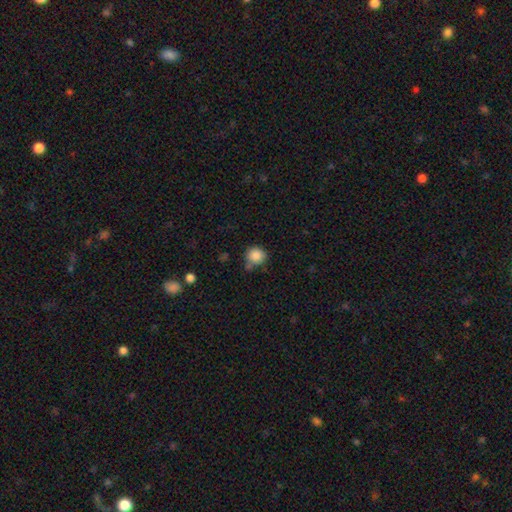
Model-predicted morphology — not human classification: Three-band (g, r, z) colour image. It shows a smooth galaxy with no disk features (87%) that is round (89%). Merging: none (65%).